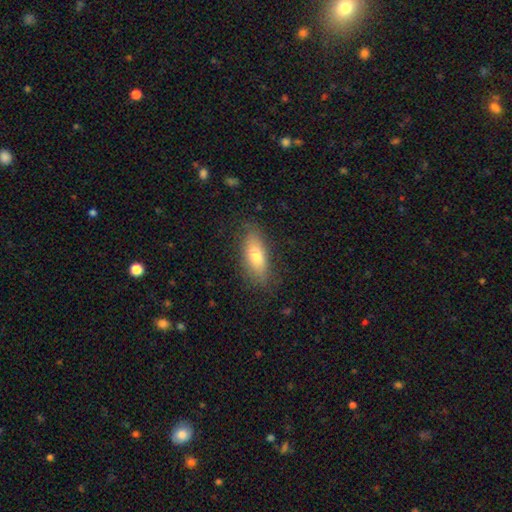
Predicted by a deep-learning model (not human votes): The model was most divided on "how rounded": in between: 74%, cigar-shaped: 22%, round: 3%. More confident: merging — none (80%); smooth or featured — smooth (73%).